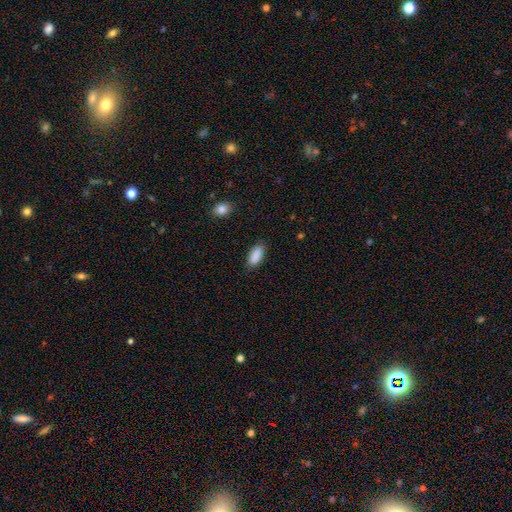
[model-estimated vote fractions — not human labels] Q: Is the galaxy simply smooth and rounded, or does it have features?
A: smooth — 90%.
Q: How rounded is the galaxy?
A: in between — 84%.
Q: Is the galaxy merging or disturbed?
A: none — 86%.